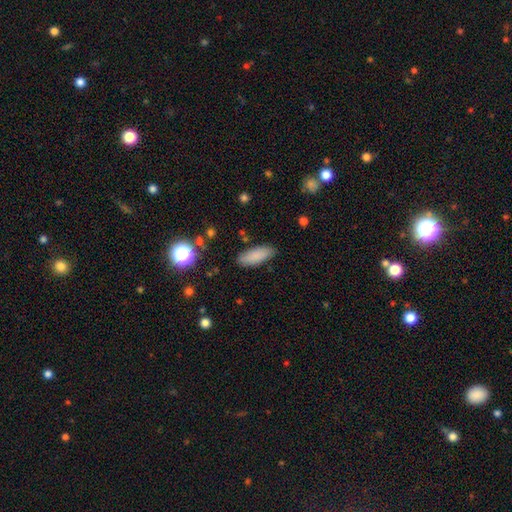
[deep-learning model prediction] This is clearly a smooth galaxy (85%). How rounded: likely in between (68%). Merging: clearly none (85%).